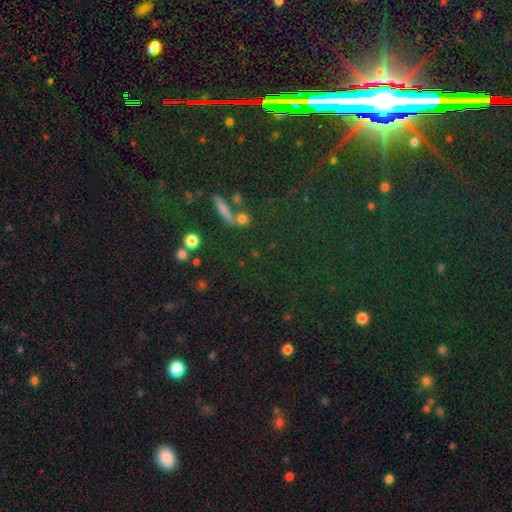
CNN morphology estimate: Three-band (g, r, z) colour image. It shows a star or artifact, not a galaxy (79%).